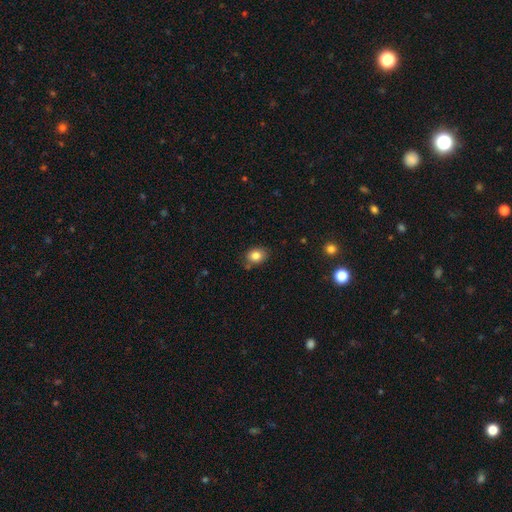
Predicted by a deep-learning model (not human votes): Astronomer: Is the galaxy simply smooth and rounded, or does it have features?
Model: smooth — 83%.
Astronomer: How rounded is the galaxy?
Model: in between — 56% (runner-up: round, 43%).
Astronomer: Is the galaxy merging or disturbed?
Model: none — 78%.